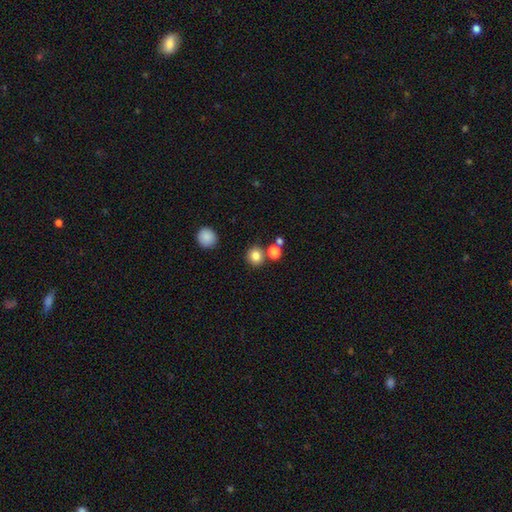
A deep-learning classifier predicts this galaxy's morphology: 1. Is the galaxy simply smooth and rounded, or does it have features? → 82% smooth, 12% star or artifact, 6% featured or disk.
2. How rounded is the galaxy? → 86% round, 13% in between, 1% cigar-shaped.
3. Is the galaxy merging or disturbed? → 76% none, 13% merger, 8% minor disturbance, 3% major disturbance.